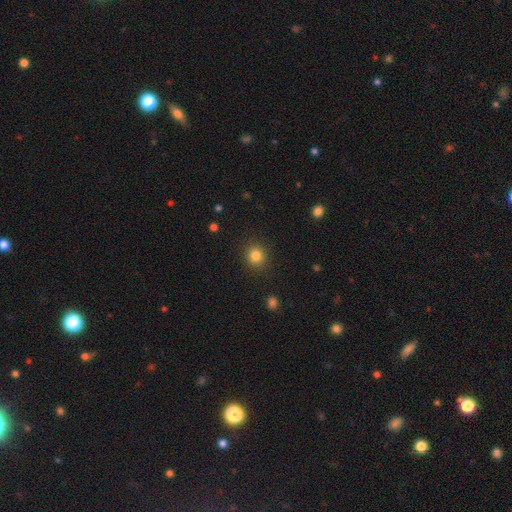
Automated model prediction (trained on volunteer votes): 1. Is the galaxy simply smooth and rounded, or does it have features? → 83% smooth, 12% star or artifact, 5% featured or disk.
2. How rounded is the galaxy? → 87% round, 12% in between, 1% cigar-shaped.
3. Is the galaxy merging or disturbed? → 89% none, 7% minor disturbance, 3% major disturbance, 1% merger.